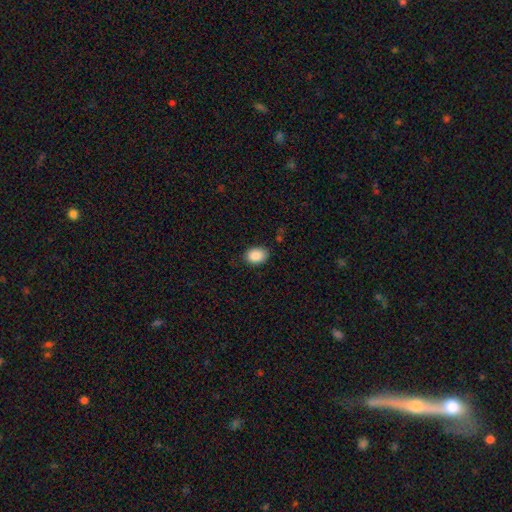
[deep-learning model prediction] Overall: smooth (88%). How rounded: in between (73%). Merging: none (82%).